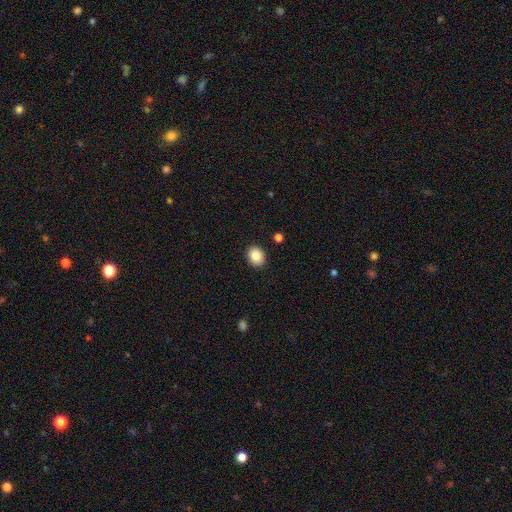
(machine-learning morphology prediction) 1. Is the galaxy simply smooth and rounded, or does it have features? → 86% smooth, 9% star or artifact, 6% featured or disk.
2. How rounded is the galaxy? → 56% round, 44% in between, 1% cigar-shaped.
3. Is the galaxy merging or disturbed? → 90% none, 6% minor disturbance, 2% major disturbance, 1% merger.